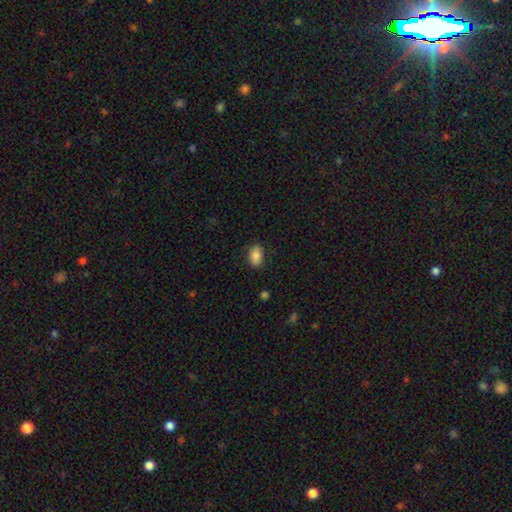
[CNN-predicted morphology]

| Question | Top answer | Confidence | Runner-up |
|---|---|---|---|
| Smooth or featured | smooth | 85% | star or artifact (8%) |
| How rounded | in between | 89% | round (9%) |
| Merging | none | 84% | minor disturbance (12%) |